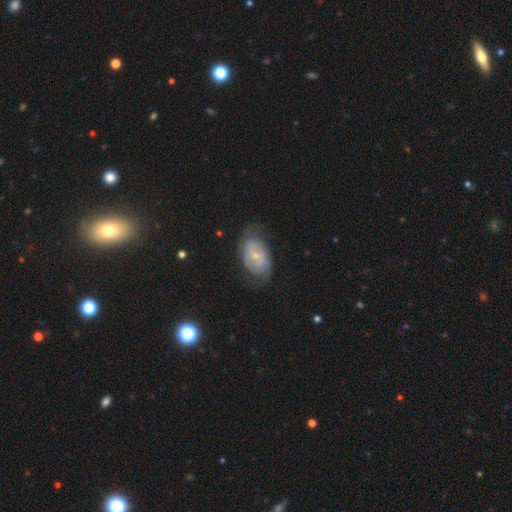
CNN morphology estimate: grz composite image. It shows a featured or disk galaxy (57%) with no bar (59%), spiral arms (75%) and a small central bulge (69%). Merging: none (61%).